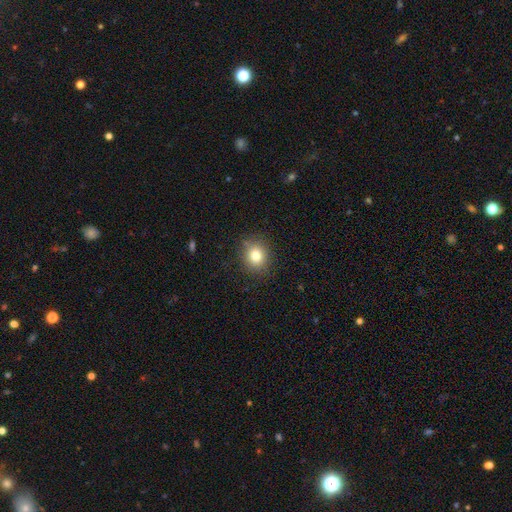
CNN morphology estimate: smooth_or_featured: smooth (p=0.79) [alt: star or artifact p=0.12]
how_rounded: round (p=0.78) [alt: in between p=0.21]
merging: none (p=0.86) [alt: minor disturbance p=0.10]